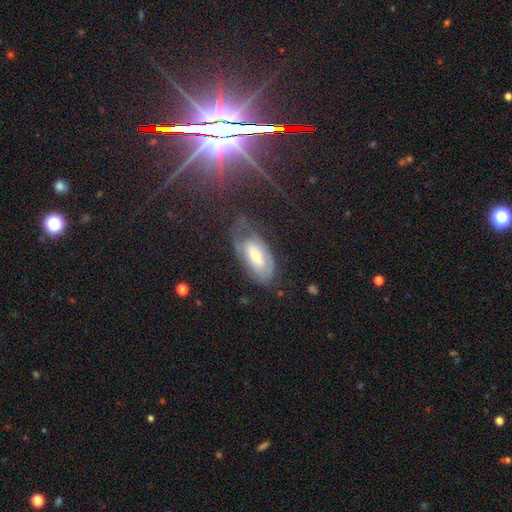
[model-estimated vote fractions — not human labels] A featured or disk galaxy (57%). Merging: none (69%).